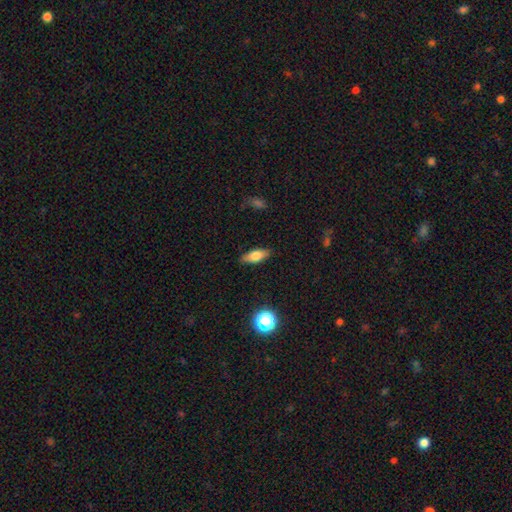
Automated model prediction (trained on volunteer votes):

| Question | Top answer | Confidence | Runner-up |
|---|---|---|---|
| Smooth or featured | smooth | 72% | featured or disk (20%) |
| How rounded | in between | 73% | cigar-shaped (24%) |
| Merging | none | 86% | minor disturbance (10%) |